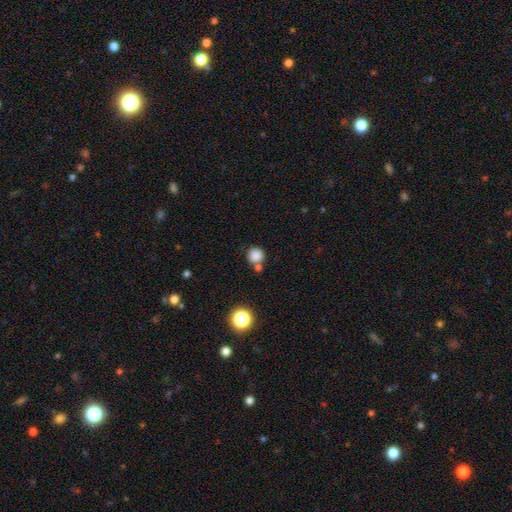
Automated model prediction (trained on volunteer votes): This appears to be a smooth galaxy with no disk features (83%) that is round (92%). Merging: none (67%).